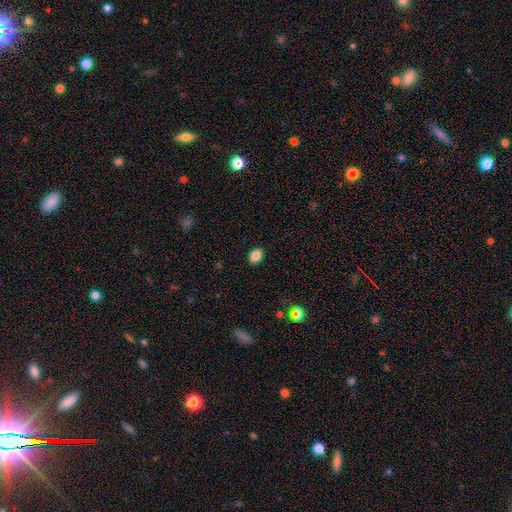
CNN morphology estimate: A smooth galaxy with no disk features (86%) that is in between round and cigar-shaped (66%). Merging: none (89%).